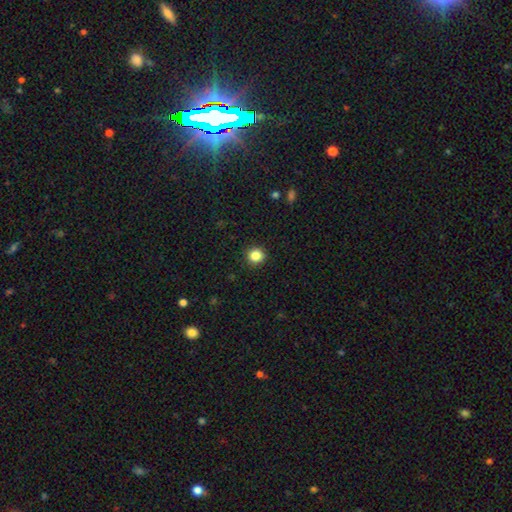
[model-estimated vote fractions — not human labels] A smooth galaxy with no disk features (85%) that is round (92%). Merging: none (92%).